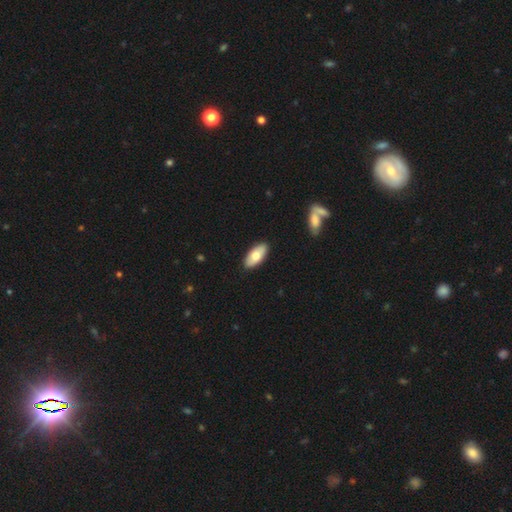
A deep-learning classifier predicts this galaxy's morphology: The model was most divided on "smooth or featured": smooth: 74%, featured or disk: 21%, star or artifact: 5%. More confident: how rounded — in between (90%); merging — none (90%).